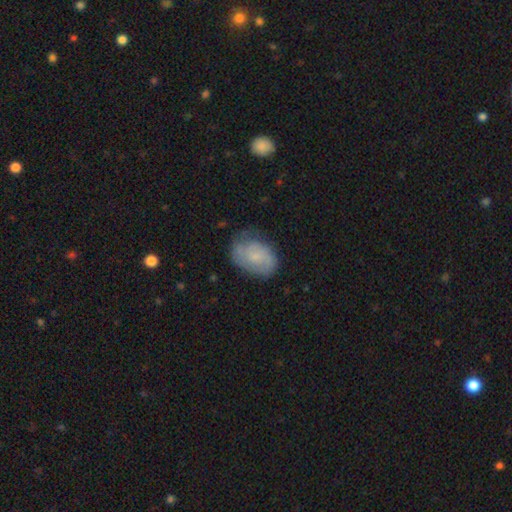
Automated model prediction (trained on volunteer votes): A smooth galaxy with no disk features (50%) that is in between round and cigar-shaped (78%).

Vote fractions:
- Smooth or featured? smooth: 50% / featured or disk: 42% / star or artifact: 8%
- How rounded? in between: 78% / round: 21% / cigar-shaped: 1%
- Merging? none: 59% / minor disturbance: 30% / major disturbance: 10% / merger: 2%